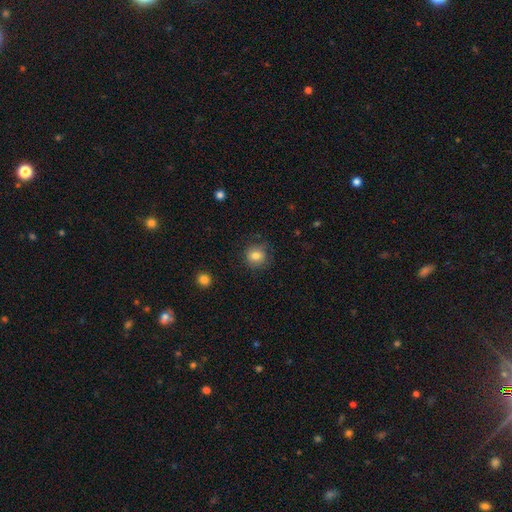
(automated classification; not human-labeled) Morphology: type=smooth (81%); roundness=round (83%); merging=none (80%).